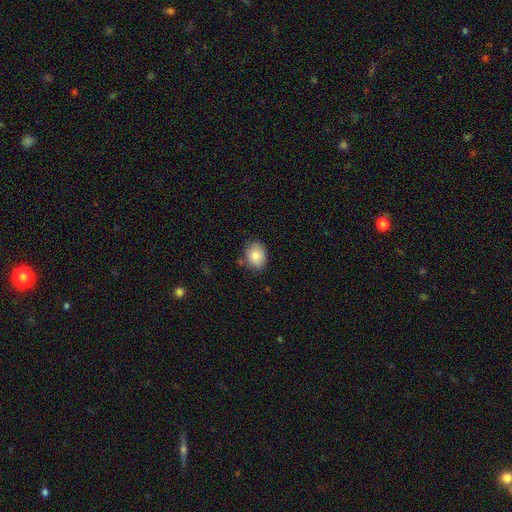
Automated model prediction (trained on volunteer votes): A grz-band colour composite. It shows a smooth galaxy with no disk features (84%) that is in between round and cigar-shaped (57%). Merging: none (77%).